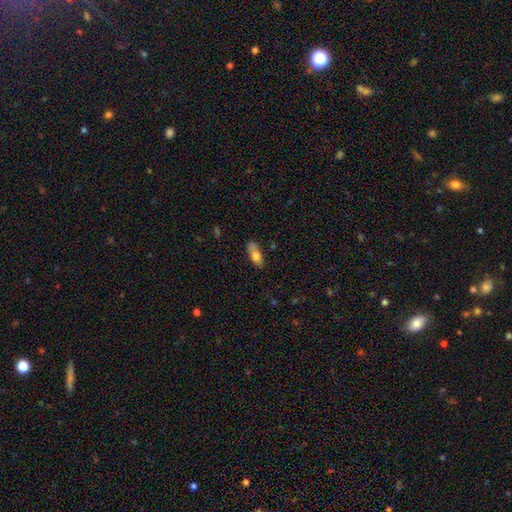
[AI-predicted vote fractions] Smooth or featured? Predicted: smooth (p=0.76). How rounded? Predicted: in between (p=0.75). Merging? Predicted: none (p=0.51).